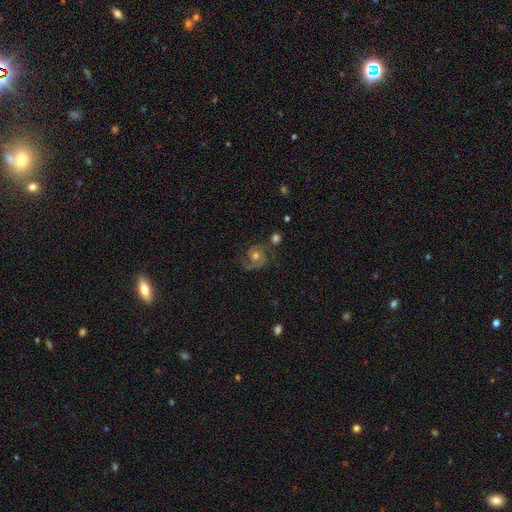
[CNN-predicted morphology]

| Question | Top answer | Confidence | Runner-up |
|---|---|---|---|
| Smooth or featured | featured or disk | 78% | smooth (13%) |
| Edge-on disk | no | 98% | yes (2%) |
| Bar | no | 74% | weak (22%) |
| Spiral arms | yes | 95% | no (5%) |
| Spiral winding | medium | 44% | tied: tight (44%) |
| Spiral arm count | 2 | 83% | can't tell (6%) |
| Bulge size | moderate | 72% | small (17%) |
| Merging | none | 71% | minor disturbance (16%) |